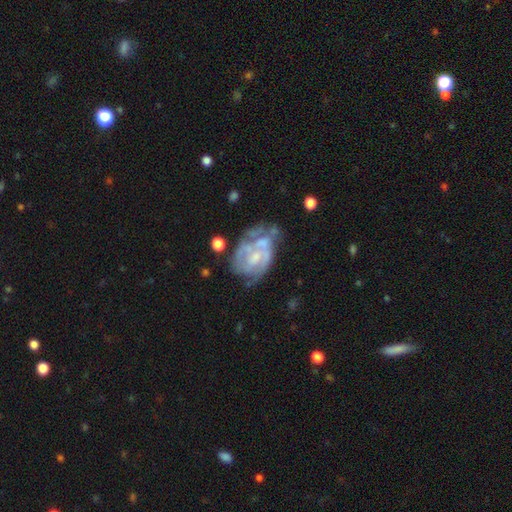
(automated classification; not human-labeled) A featured or disk galaxy (74%) with no bar (64%), spiral arms (59%) and a small central bulge (38%). Merging: none (37%).